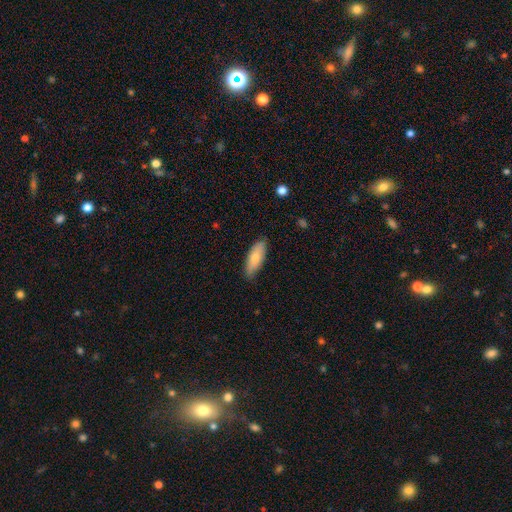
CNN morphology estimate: type=smooth (76%); roundness=in between (64%); merging=none (84%).